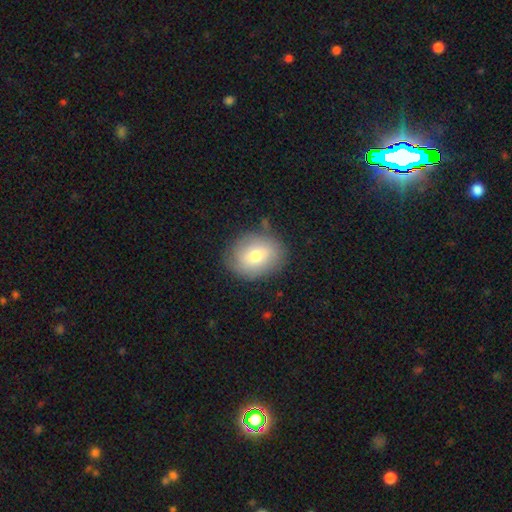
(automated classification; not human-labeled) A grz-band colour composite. It shows a smooth galaxy with no disk features (71%) that is round (56%). Merging: none (79%).